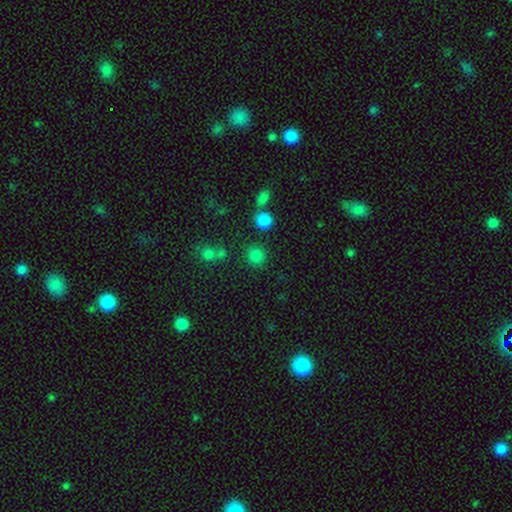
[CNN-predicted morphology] Smooth or featured: smooth — 81% (star or artifact — 14%)
How rounded: round — 90% (in between — 9%)
Merging: none — 82% (minor disturbance — 8%)